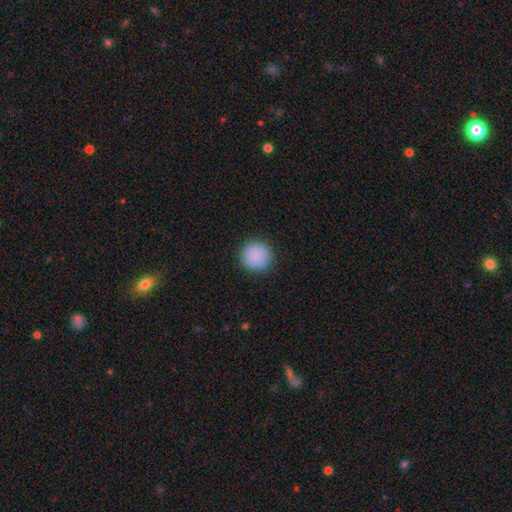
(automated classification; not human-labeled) Smooth or featured? smooth (89%)
How rounded? round (95%)
Merging? none (90%)